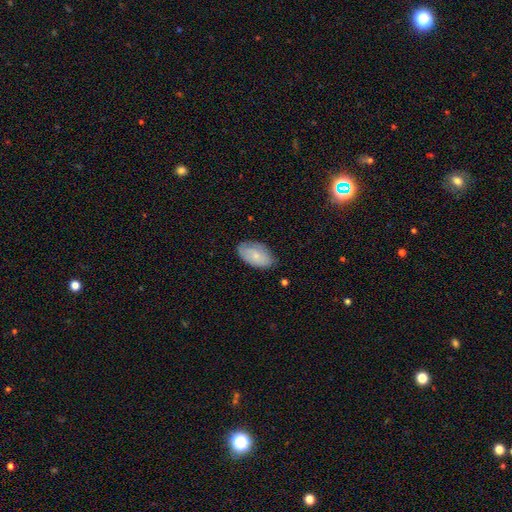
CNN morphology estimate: Smooth or featured? smooth (72%)
How rounded? in between (94%)
Merging? none (73%)